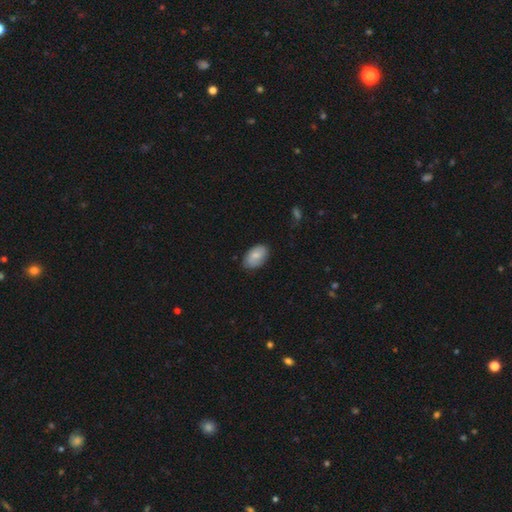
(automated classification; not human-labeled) smooth 77%, featured or disk 17%, star or artifact 6%. Down the decision tree: how rounded — in between (93%); merging — none (79%).